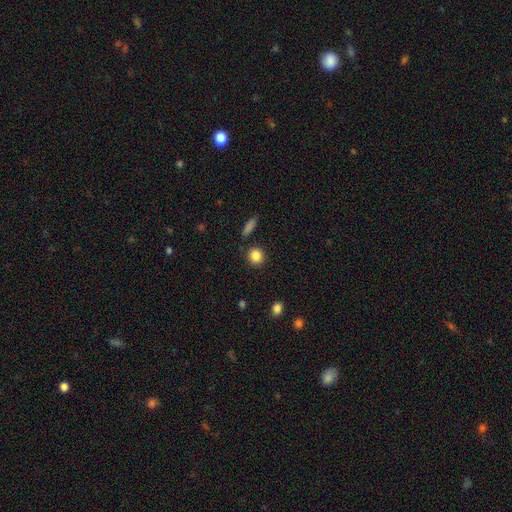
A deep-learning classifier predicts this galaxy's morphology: type=smooth (86%); roundness=round (84%); merging=none (87%).